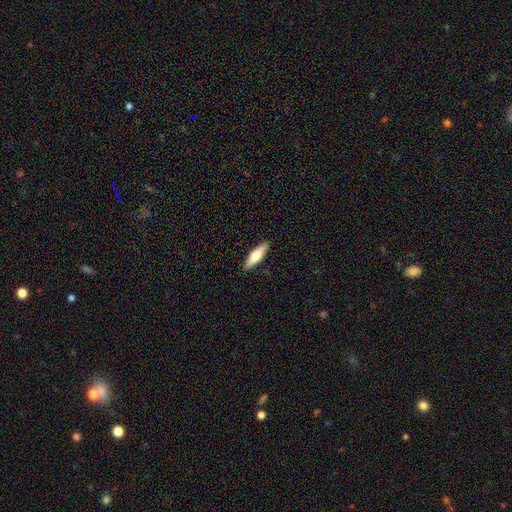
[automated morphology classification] smooth 63%, featured or disk 32%, star or artifact 5%. Down the decision tree: how rounded — cigar-shaped (64%); merging — none (89%).